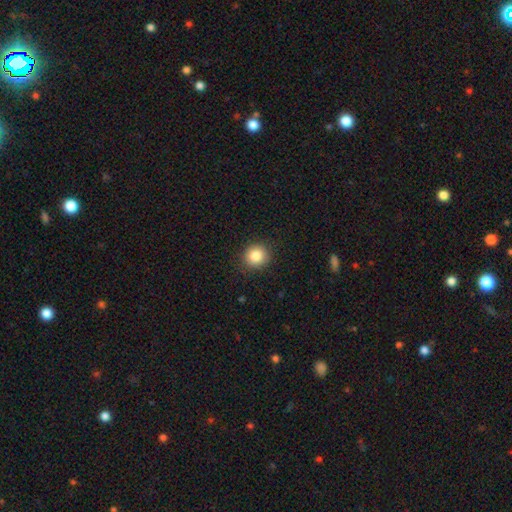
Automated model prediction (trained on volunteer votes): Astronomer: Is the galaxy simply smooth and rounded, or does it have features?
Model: smooth — 84%.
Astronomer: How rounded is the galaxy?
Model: round — 88%.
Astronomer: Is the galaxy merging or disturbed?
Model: none — 89%.